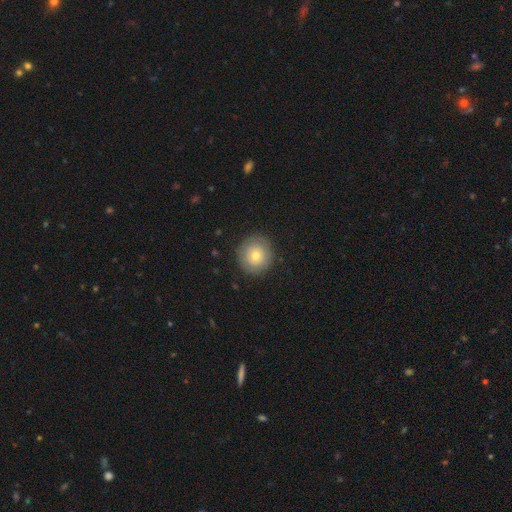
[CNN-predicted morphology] Smooth or featured? smooth (65%)
How rounded? round (92%)
Merging? none (86%)